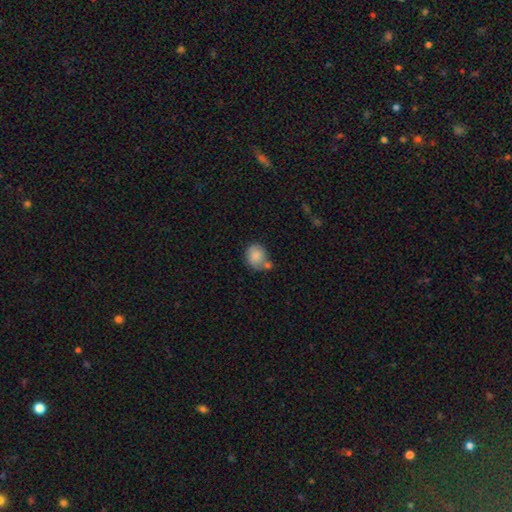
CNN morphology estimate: smooth 83%, featured or disk 9%, star or artifact 8%. Down the decision tree: how rounded — round (70%); merging — none (51%).